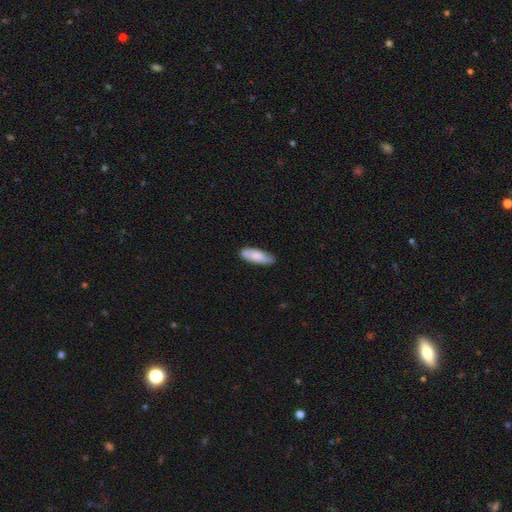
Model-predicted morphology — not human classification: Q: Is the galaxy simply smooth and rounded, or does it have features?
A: smooth — 70%.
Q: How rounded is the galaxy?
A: in between — 58%.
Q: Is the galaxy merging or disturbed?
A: none — 71%.